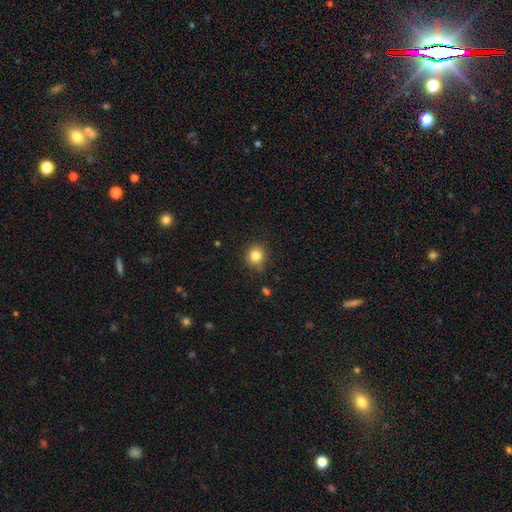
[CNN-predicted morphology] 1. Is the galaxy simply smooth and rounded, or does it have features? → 84% smooth, 11% star or artifact, 6% featured or disk.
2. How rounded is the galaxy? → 85% round, 14% in between, 1% cigar-shaped.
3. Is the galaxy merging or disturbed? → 85% none, 11% minor disturbance, 3% major disturbance, 2% merger.